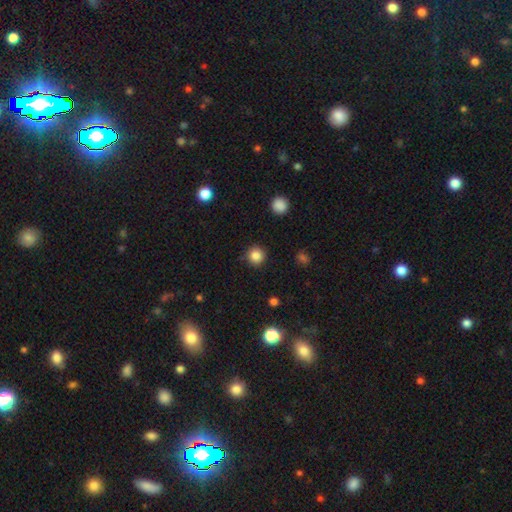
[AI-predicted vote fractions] A smooth galaxy with no disk features (84%) that is round (95%).

Vote fractions:
- Smooth or featured? smooth: 84% / star or artifact: 11% / featured or disk: 5%
- How rounded? round: 95% / in between: 4% / cigar-shaped: 1%
- Merging? none: 90% / minor disturbance: 6% / major disturbance: 2% / merger: 1%